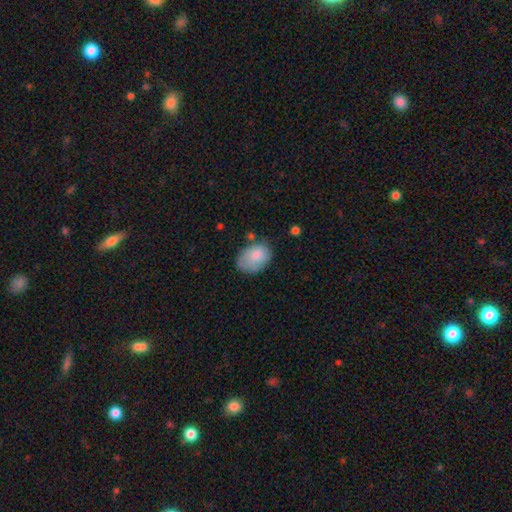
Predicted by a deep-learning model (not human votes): Smooth or featured: smooth — 79% (featured or disk — 14%)
How rounded: in between — 79% (round — 20%)
Merging: none — 58% (minor disturbance — 29%)